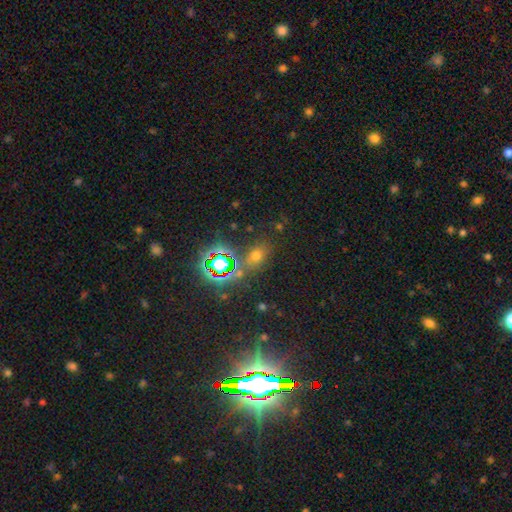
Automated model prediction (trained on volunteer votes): A smooth galaxy with no disk features (50%) that is in between round and cigar-shaped (62%).

Vote fractions:
- Smooth or featured? smooth: 50% / star or artifact: 41% / featured or disk: 9%
- How rounded? in between: 62% / round: 34% / cigar-shaped: 3%
- Merging? none: 75% / minor disturbance: 13% / merger: 7% / major disturbance: 5%